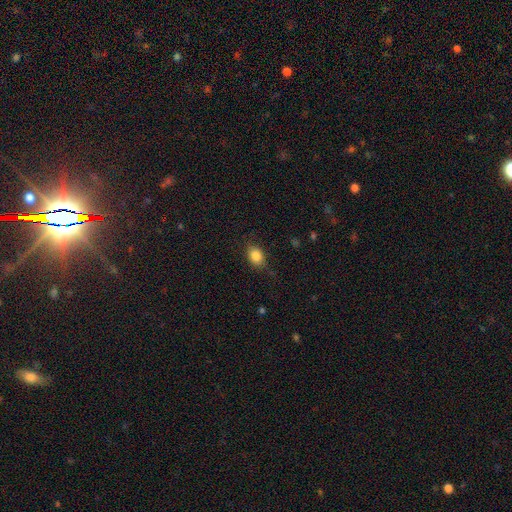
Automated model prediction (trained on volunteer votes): A smooth galaxy with no disk features (85%) that is in between round and cigar-shaped (69%).

Vote fractions:
- Smooth or featured? smooth: 85% / star or artifact: 9% / featured or disk: 6%
- How rounded? in between: 69% / round: 30% / cigar-shaped: 1%
- Merging? none: 79% / minor disturbance: 16% / major disturbance: 4% / merger: 1%